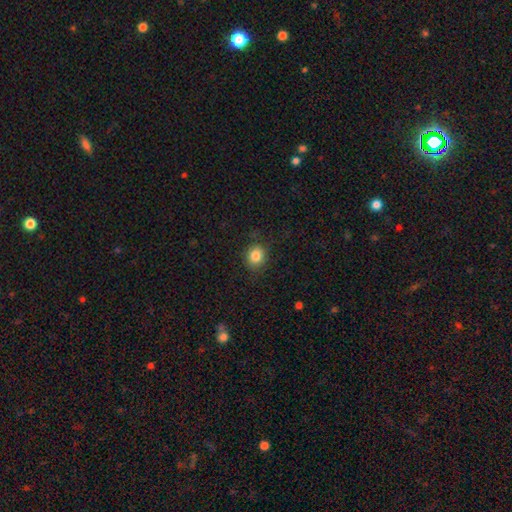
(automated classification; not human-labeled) smooth_or_featured: smooth (p=0.84) [alt: star or artifact p=0.10]
how_rounded: round (p=0.75) [alt: in between p=0.24]
merging: none (p=0.85) [alt: minor disturbance p=0.10]